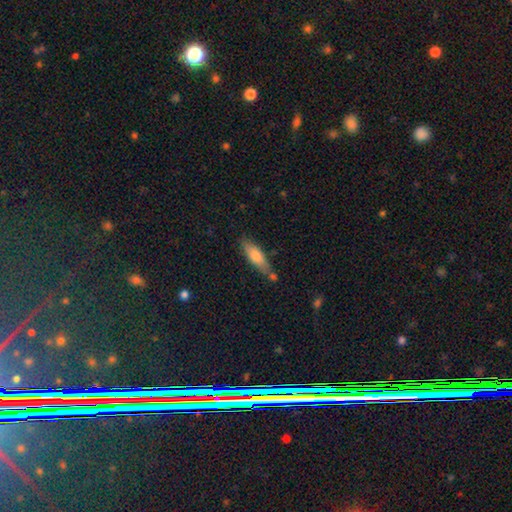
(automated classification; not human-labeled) Smooth or featured?
  - smooth: 70% *
  - featured or disk: 24%
  - star or artifact: 6%
How rounded?
  - cigar-shaped: 54% *
  - in between: 43%
  - round: 2%
Merging?
  - none: 68% *
  - minor disturbance: 18%
  - merger: 10%
  - major disturbance: 4%